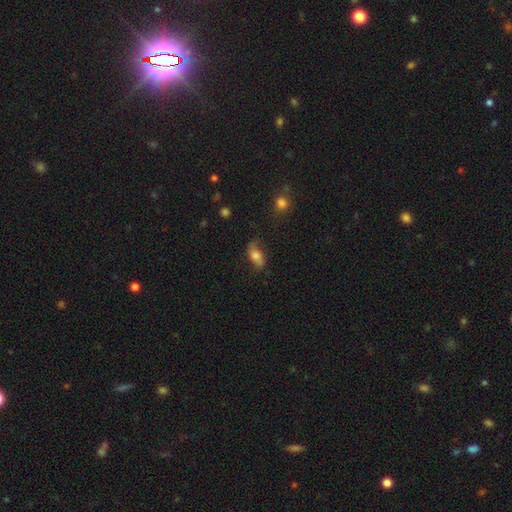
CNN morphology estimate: smooth-or-featured: smooth: 59% | featured or disk: 31% | star or artifact: 9%
  how-rounded: in between: 81% | cigar-shaped: 12% | round: 7%
  merging: none: 66% | minor disturbance: 23% | major disturbance: 8% | merger: 2%